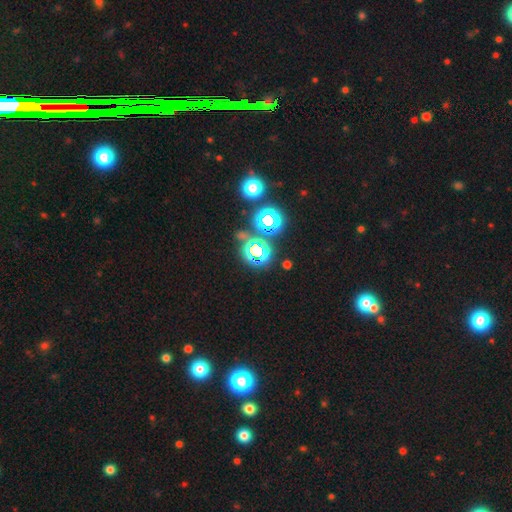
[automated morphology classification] Smooth or featured? star or artifact (67%)